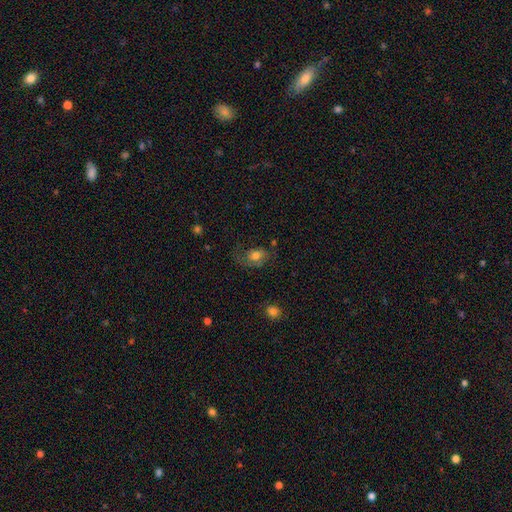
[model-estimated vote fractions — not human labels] Smooth or featured?
  - smooth: 58% *
  - featured or disk: 32%
  - star or artifact: 11%
How rounded?
  - in between: 64% *
  - round: 34%
  - cigar-shaped: 2%
Merging?
  - none: 51% *
  - minor disturbance: 24%
  - major disturbance: 23%
  - merger: 2%